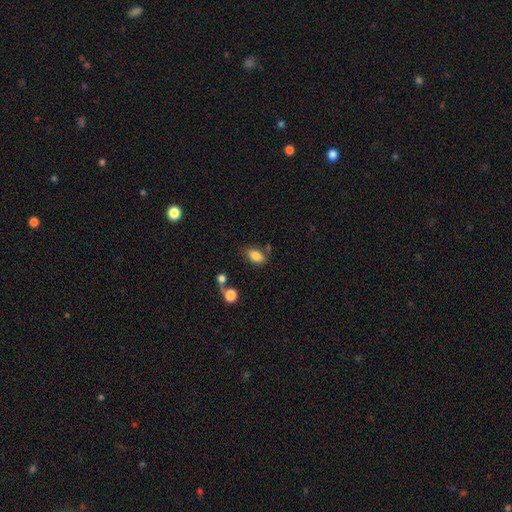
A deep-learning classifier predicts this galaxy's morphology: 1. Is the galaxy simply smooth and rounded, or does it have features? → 84% smooth, 9% star or artifact, 7% featured or disk.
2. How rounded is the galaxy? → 89% in between, 9% round, 2% cigar-shaped.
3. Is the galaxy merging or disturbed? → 68% none, 16% minor disturbance, 11% merger, 6% major disturbance.